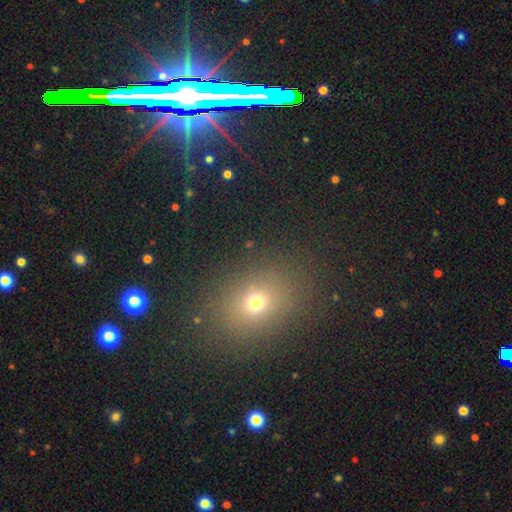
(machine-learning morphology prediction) Overall: smooth (50%; star or artifact 38%). Merging: none (89%).